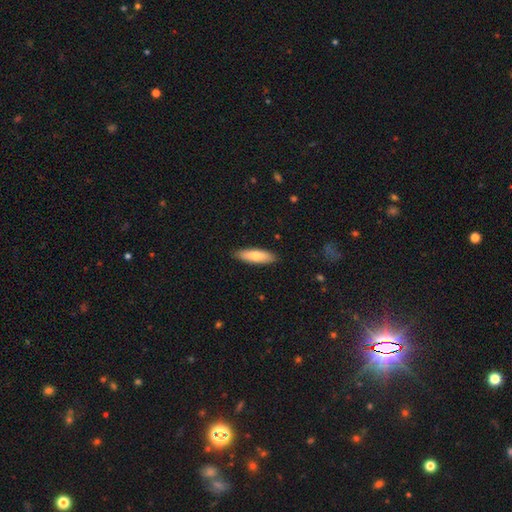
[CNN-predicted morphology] Q: Smooth or featured?
A: smooth (73%); runner-up: featured or disk (21%)
Q: How rounded?
A: in between (50%); runner-up: cigar-shaped (48%)
Q: Merging?
A: none (88%); runner-up: minor disturbance (9%)